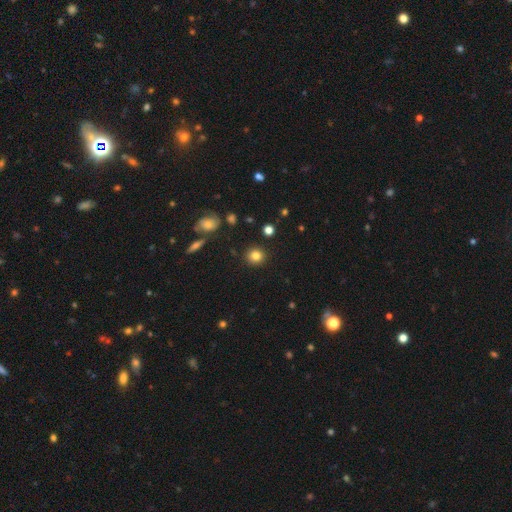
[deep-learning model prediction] smooth_or_featured: smooth (p=0.82) [alt: star or artifact p=0.11]
how_rounded: round (p=0.90) [alt: in between p=0.09]
merging: none (p=0.90) [alt: minor disturbance p=0.06]